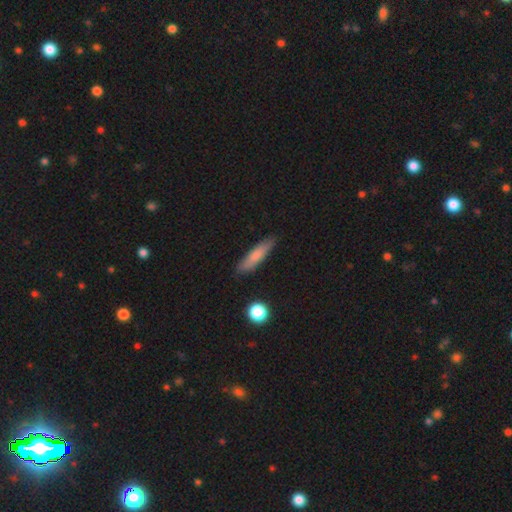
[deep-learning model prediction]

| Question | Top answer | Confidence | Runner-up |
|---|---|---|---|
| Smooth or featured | smooth | 76% | featured or disk (17%) |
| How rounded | cigar-shaped | 80% | in between (18%) |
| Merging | none | 84% | minor disturbance (12%) |